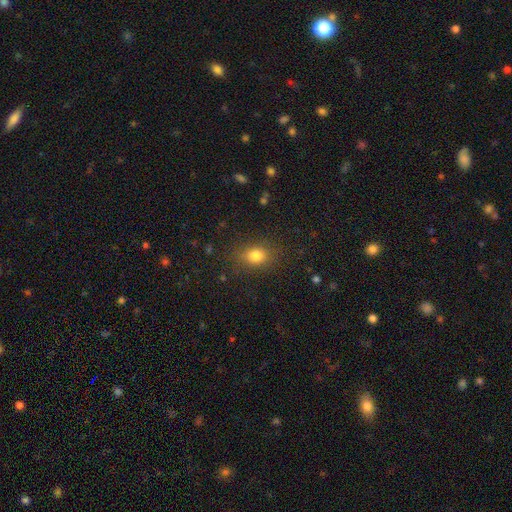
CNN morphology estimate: type=smooth (80%); roundness=in between (61%); merging=none (81%).